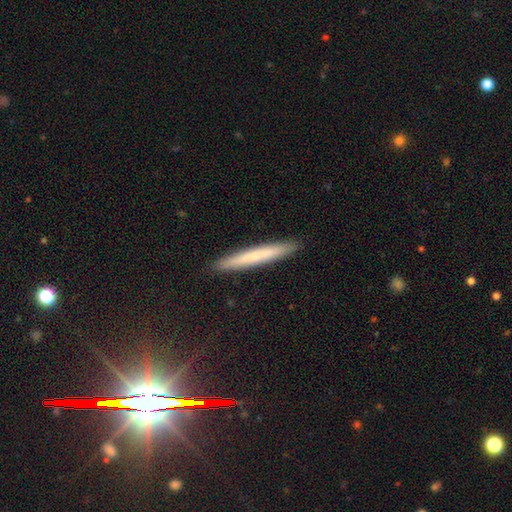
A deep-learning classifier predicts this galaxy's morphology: smooth-or-featured: smooth: 65% | featured or disk: 28% | star or artifact: 7%
  how-rounded: cigar-shaped: 97% | in between: 2% | round: 1%
  merging: none: 92% | minor disturbance: 6% | major disturbance: 1% | merger: 1%